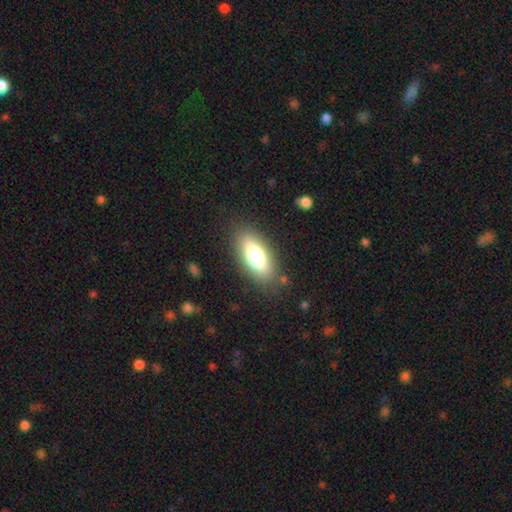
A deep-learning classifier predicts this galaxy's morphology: smooth_or_featured: smooth (p=0.68) [alt: featured or disk p=0.24]
how_rounded: in between (p=0.71) [alt: cigar-shaped p=0.25]
merging: none (p=0.84) [alt: minor disturbance p=0.11]